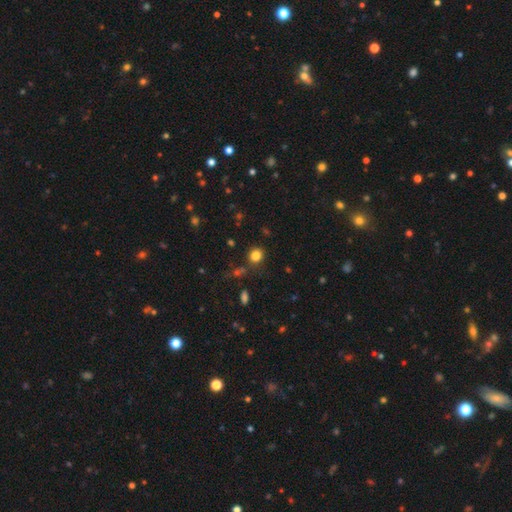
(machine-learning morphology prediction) Smooth or featured?
  - smooth: 81% *
  - star or artifact: 14%
  - featured or disk: 5%
How rounded?
  - round: 83% *
  - in between: 16%
  - cigar-shaped: 1%
Merging?
  - none: 83% *
  - minor disturbance: 9%
  - merger: 4%
  - major disturbance: 3%